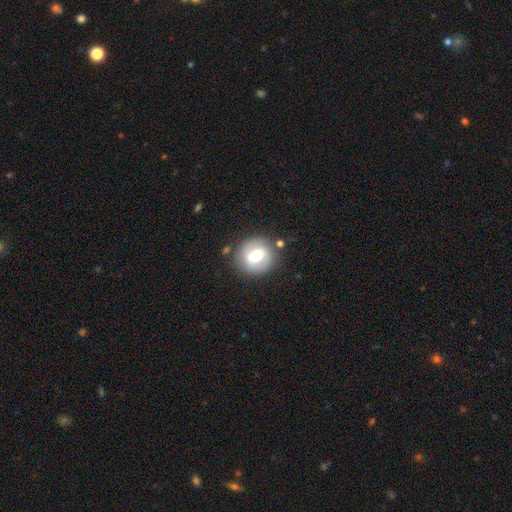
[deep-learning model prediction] Smooth or featured: smooth — 57% (featured or disk — 36%)
How rounded: round — 83% (in between — 16%)
Merging: none — 79% (minor disturbance — 12%)